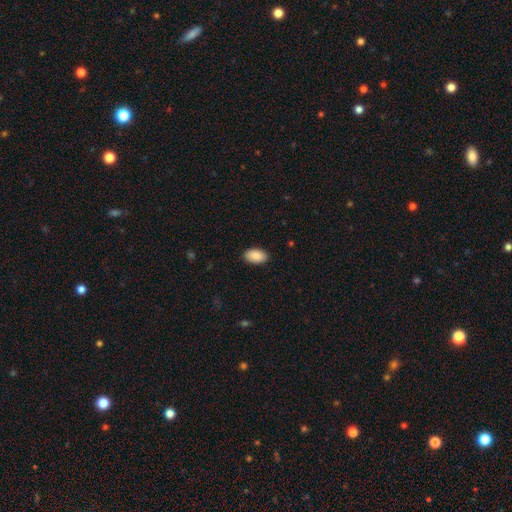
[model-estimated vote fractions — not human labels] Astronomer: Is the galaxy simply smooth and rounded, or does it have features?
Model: smooth — 91%.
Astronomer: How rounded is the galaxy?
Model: in between — 94%.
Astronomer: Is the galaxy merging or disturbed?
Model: none — 88%.